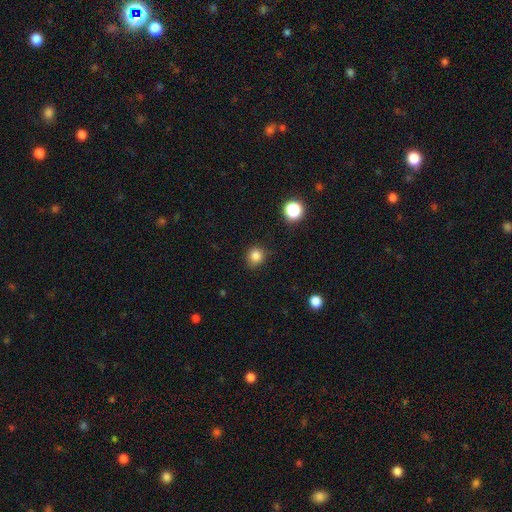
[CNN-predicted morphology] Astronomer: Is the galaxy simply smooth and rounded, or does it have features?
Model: smooth — 83%.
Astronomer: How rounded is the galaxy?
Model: round — 86%.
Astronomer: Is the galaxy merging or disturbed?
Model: none — 84%.